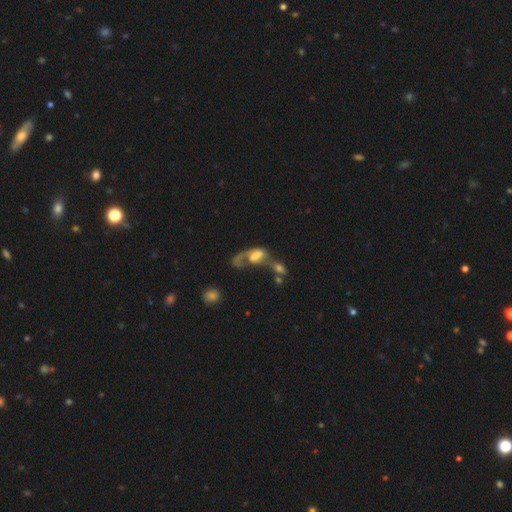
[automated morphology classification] featured or disk 56%, smooth 34%, star or artifact 10%. Down the decision tree: edge-on disk — no (93%); bar — no (49%); spiral arms — yes (66%); bulge size — moderate (39%); merging — merger (52%).